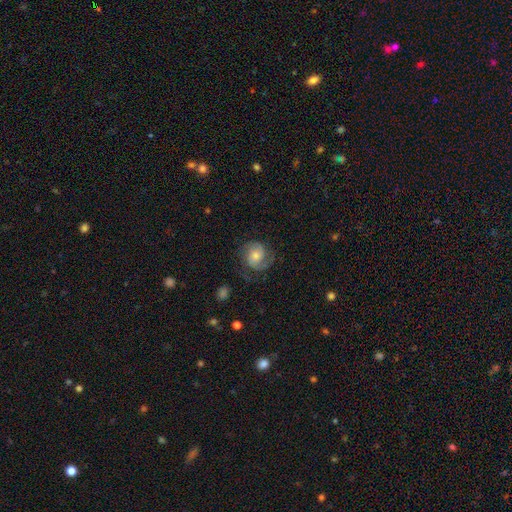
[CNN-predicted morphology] The model was most divided on "bulge size": moderate: 45%, small: 39%, large: 9%, none: 5%, dominant: 2%. Remaining: edge-on disk — no (98%); spiral arms — yes (94%); spiral arm count — 2 (74%); smooth or featured — featured or disk (70%); bar — no (68%); merging — none (65%); spiral winding — medium (44%).